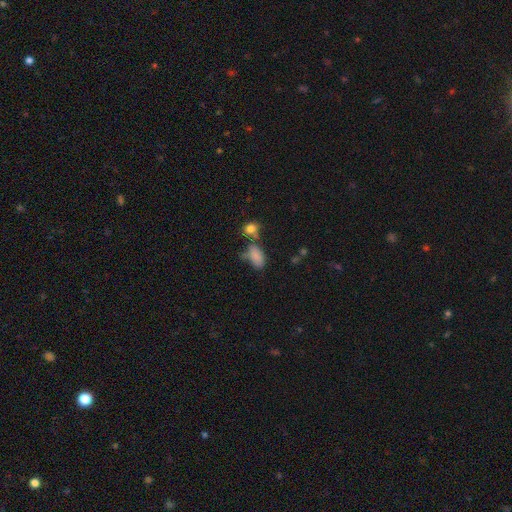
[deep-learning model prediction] Smooth or featured? Predicted: smooth (p=0.82). How rounded? Predicted: in between (p=0.90). Merging? Predicted: none (p=0.40).